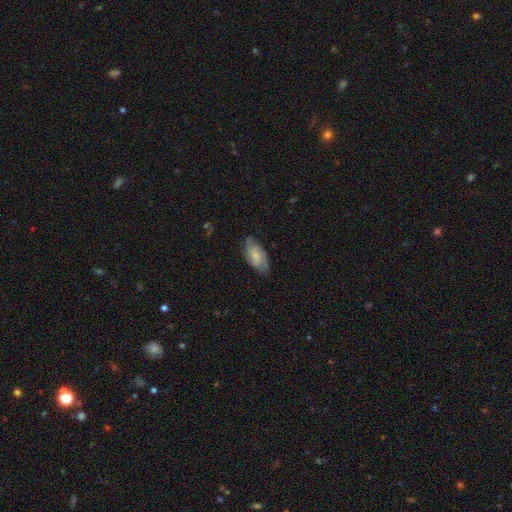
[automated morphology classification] Smooth or featured?
  - featured or disk: 54% *
  - smooth: 40%
  - star or artifact: 6%
Edge-on disk?
  - no: 93% *
  - yes: 7%
Bar?
  - no: 49% *
  - weak: 42%
  - strong: 9%
Spiral arms?
  - yes: 89% *
  - no: 11%
Bulge size?
  - small: 55% *
  - moderate: 28%
  - none: 13%
  - large: 2%
  - dominant: 1%
Merging?
  - none: 75% *
  - minor disturbance: 20%
  - major disturbance: 4%
  - merger: 1%